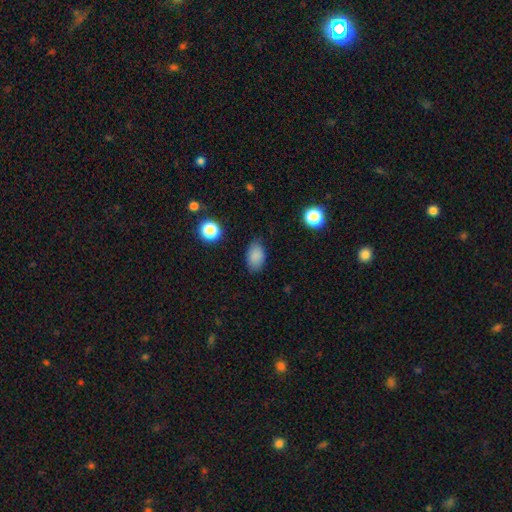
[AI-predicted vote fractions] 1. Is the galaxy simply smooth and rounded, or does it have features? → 86% smooth, 10% star or artifact, 5% featured or disk.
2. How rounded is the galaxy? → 89% in between, 9% round, 1% cigar-shaped.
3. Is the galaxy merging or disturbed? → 81% none, 14% minor disturbance, 3% major disturbance, 1% merger.